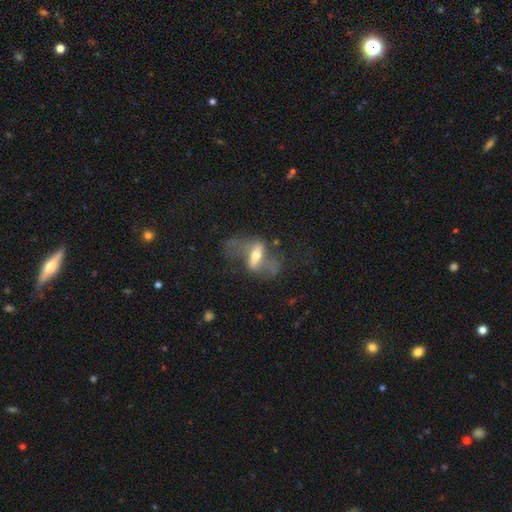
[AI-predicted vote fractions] Overall: featured or disk (66%). Edge-on disk: no (65%; yes 35%). Merging: major disturbance (41%; none 37%).